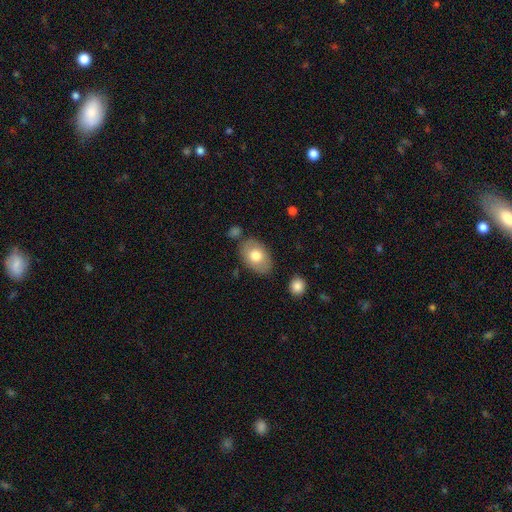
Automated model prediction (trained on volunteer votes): A smooth galaxy with no disk features (73%) that is in between round and cigar-shaped (85%).

Vote fractions:
- Smooth or featured? smooth: 73% / featured or disk: 20% / star or artifact: 6%
- How rounded? in between: 85% / round: 14% / cigar-shaped: 1%
- Merging? none: 79% / minor disturbance: 13% / merger: 4% / major disturbance: 3%